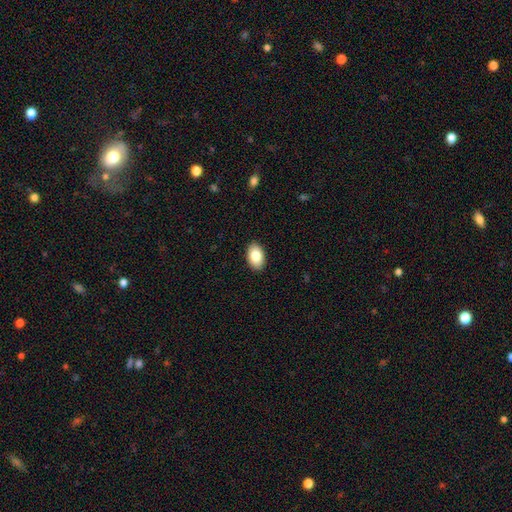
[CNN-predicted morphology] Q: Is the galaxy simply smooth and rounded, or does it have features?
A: smooth — 84%.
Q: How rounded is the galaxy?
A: in between — 93%.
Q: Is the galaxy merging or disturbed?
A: none — 91%.